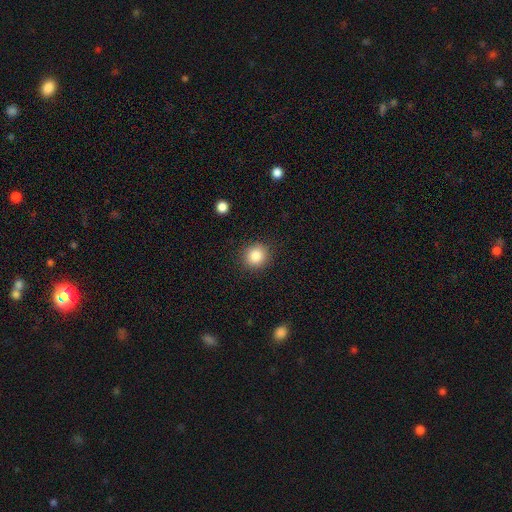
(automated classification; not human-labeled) Overall: smooth (84%). How rounded: round (89%). Merging: none (90%).